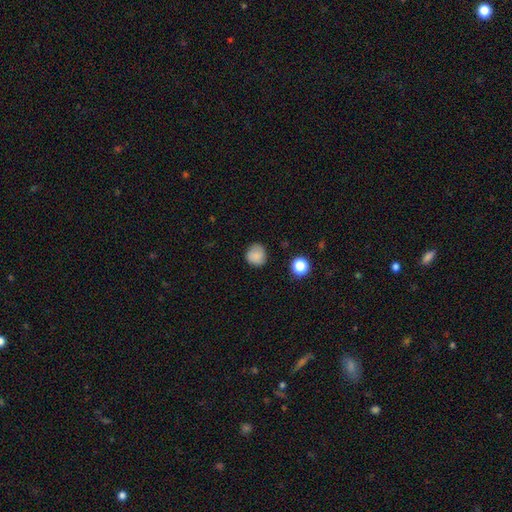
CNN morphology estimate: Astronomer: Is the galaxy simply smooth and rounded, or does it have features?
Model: smooth — 83%.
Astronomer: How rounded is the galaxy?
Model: round — 88%.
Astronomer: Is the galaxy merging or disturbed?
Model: none — 80%.